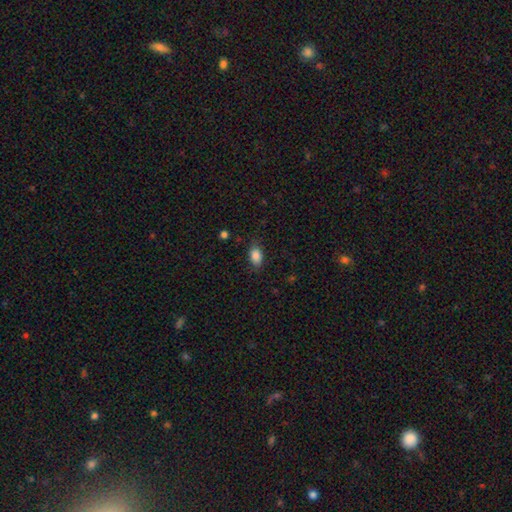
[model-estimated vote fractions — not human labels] A smooth galaxy with no disk features (86%) that is in between round and cigar-shaped (89%).

Vote fractions:
- Smooth or featured? smooth: 86% / star or artifact: 8% / featured or disk: 6%
- How rounded? in between: 89% / round: 8% / cigar-shaped: 3%
- Merging? none: 79% / minor disturbance: 16% / major disturbance: 4% / merger: 1%